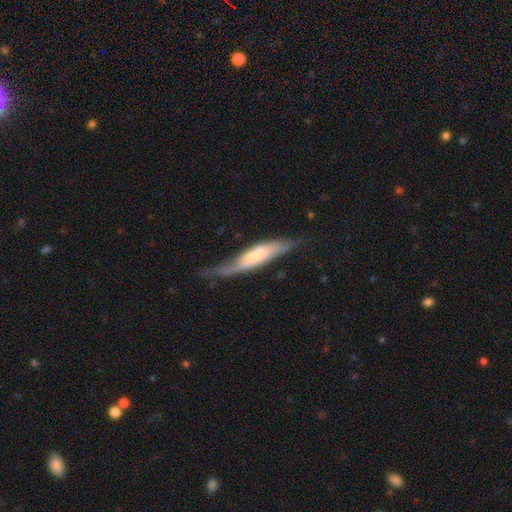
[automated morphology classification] smooth-or-featured: smooth: 49% | featured or disk: 46% | star or artifact: 6%
  merging: none: 43% | minor disturbance: 35% | major disturbance: 19% | merger: 3%